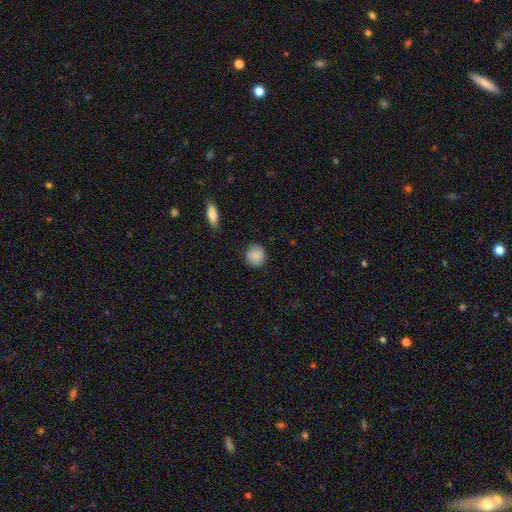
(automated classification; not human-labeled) Morphology: type=smooth (87%); roundness=round (88%); merging=none (86%).